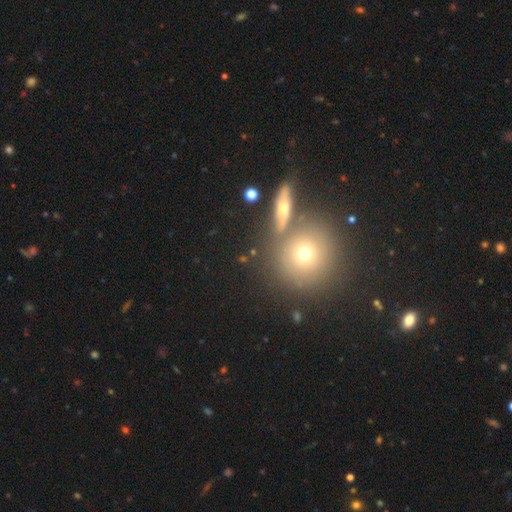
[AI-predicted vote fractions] Smooth or featured?
  - smooth: 48% *
  - star or artifact: 29%
  - featured or disk: 23%
Merging?
  - none: 71% *
  - merger: 17%
  - minor disturbance: 9%
  - major disturbance: 3%